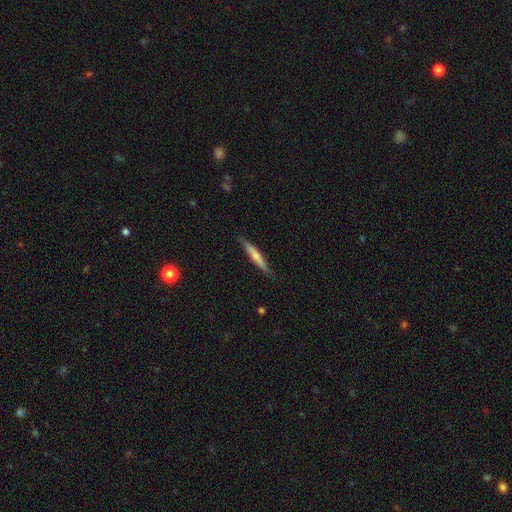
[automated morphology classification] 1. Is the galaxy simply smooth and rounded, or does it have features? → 58% smooth, 36% featured or disk, 5% star or artifact.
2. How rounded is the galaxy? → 94% cigar-shaped, 5% in between, 1% round.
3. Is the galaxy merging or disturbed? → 85% none, 12% minor disturbance, 2% major disturbance, 1% merger.